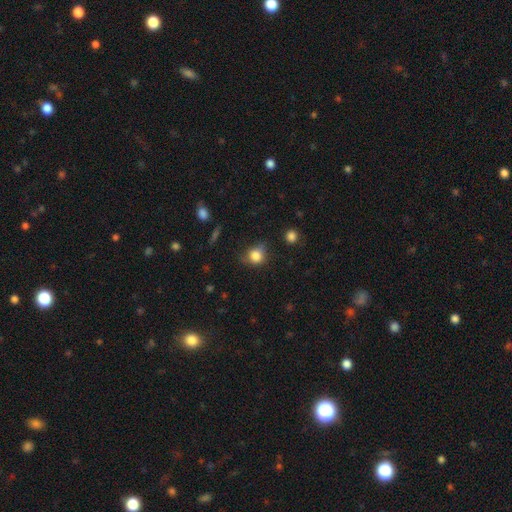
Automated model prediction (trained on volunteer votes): Smooth or featured?
  - smooth: 80% *
  - star or artifact: 11%
  - featured or disk: 9%
How rounded?
  - round: 71% *
  - in between: 28%
  - cigar-shaped: 1%
Merging?
  - none: 54% *
  - minor disturbance: 32%
  - major disturbance: 11%
  - merger: 3%